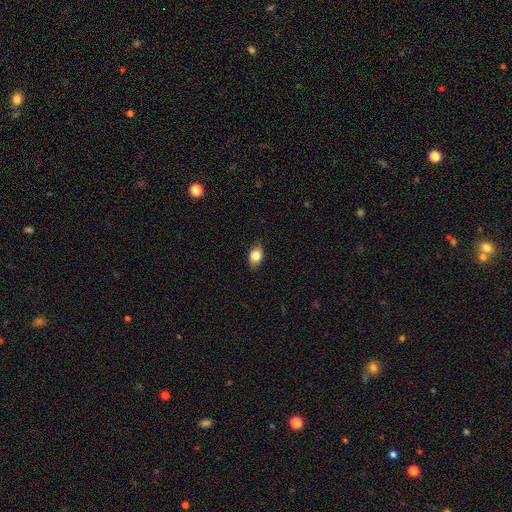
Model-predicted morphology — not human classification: Q: Smooth or featured?
A: smooth (80%); runner-up: featured or disk (12%)
Q: How rounded?
A: in between (81%); runner-up: round (16%)
Q: Merging?
A: none (82%); runner-up: minor disturbance (15%)